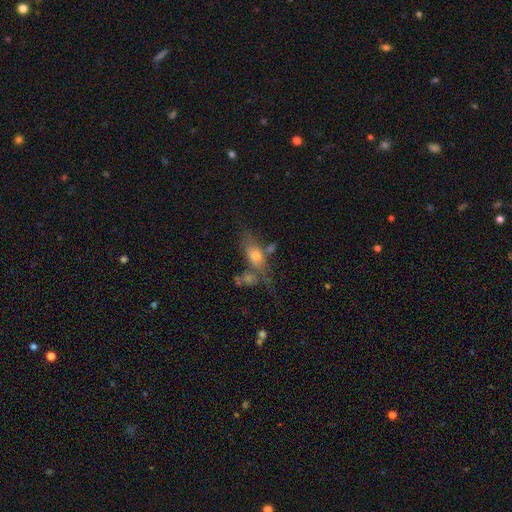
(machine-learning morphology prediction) This is possibly a smooth galaxy (55%). How rounded: likely in between (71%). Merging: marginally none (38%).